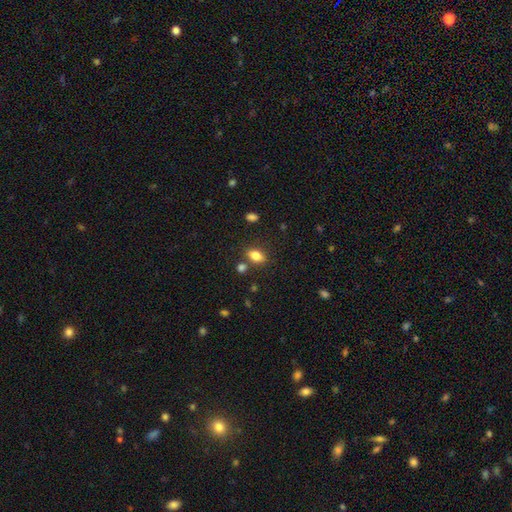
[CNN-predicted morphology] Smooth or featured: smooth — 81% (star or artifact — 10%)
How rounded: in between — 83% (round — 14%)
Merging: none — 76% (minor disturbance — 12%)